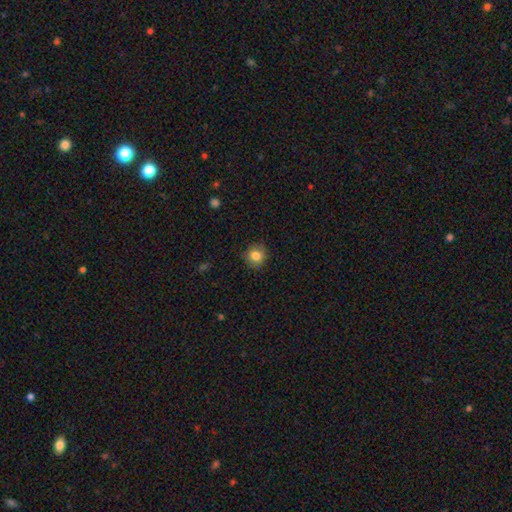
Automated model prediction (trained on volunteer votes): smooth 83%, star or artifact 10%, featured or disk 6%. Down the decision tree: how rounded — round (90%); merging — none (87%).